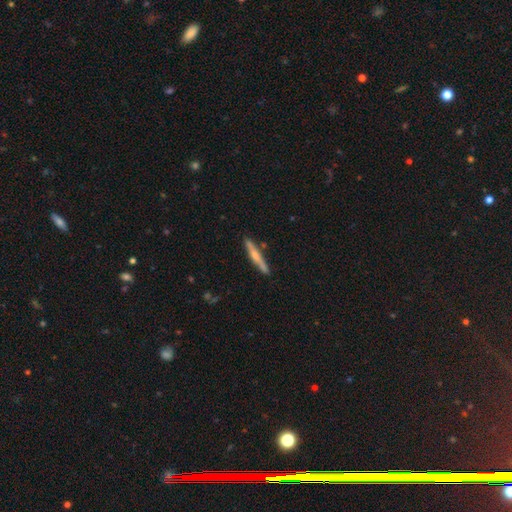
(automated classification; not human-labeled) Smooth or featured? featured or disk (53%)
Edge-on disk? yes (95%)
Edge-on bulge? rounded (75%)
Merging? none (85%)